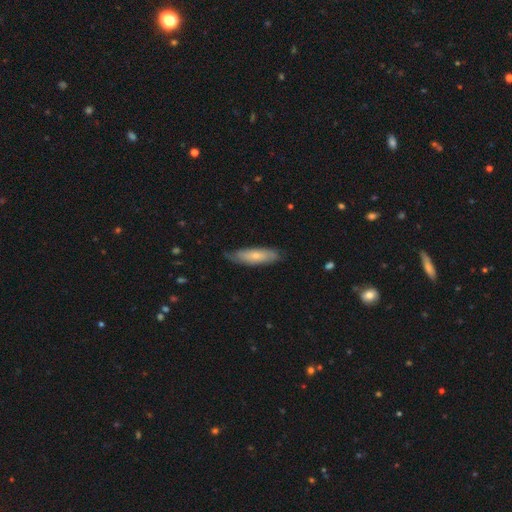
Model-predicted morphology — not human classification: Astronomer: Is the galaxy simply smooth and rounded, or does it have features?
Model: smooth — 60%.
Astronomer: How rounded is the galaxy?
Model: cigar-shaped — 53% (runner-up: in between, 46%).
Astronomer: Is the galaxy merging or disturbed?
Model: none — 68%.